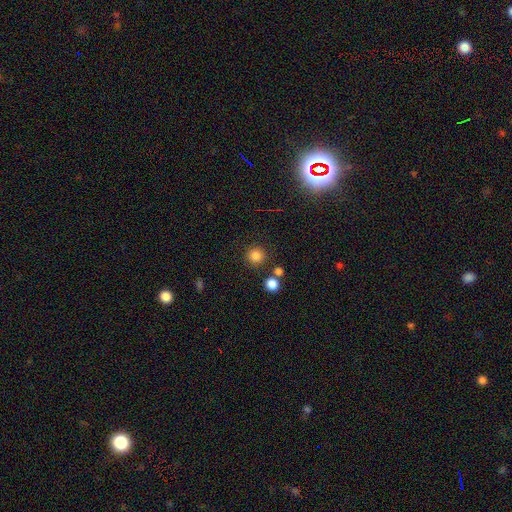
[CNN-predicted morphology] Smooth or featured? Predicted: smooth (p=0.82). How rounded? Predicted: round (p=0.92). Merging? Predicted: none (p=0.81).